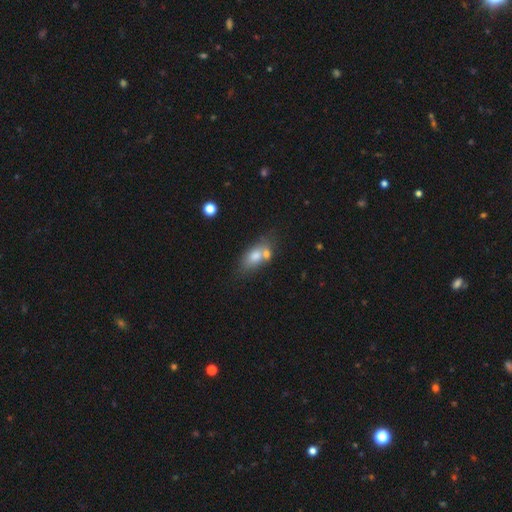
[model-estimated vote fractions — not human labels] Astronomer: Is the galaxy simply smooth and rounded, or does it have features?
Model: smooth — 70%.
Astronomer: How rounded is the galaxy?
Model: in between — 79%.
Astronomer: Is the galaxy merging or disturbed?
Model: none — 46% (runner-up: merger, 35%).